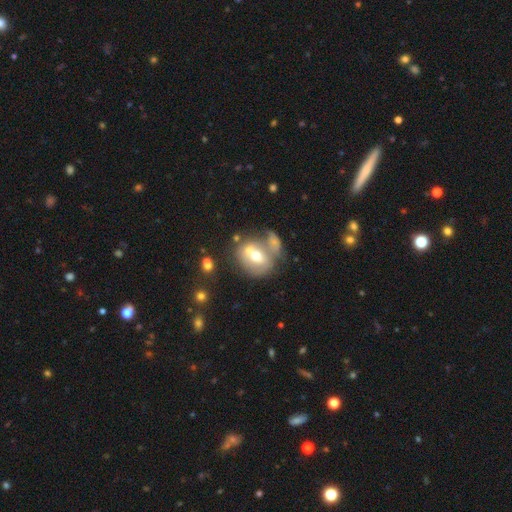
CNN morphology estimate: Overall: smooth (48%; featured or disk 43%). Merging: merger (45%; none 31%).